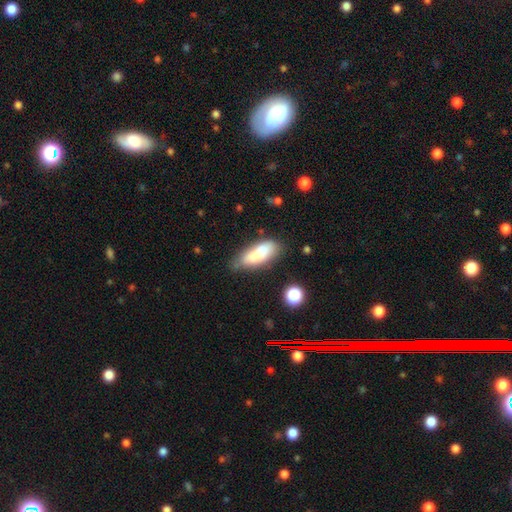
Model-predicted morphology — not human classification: Smooth or featured? smooth (76%)
How rounded? in between (66%)
Merging? none (59%)